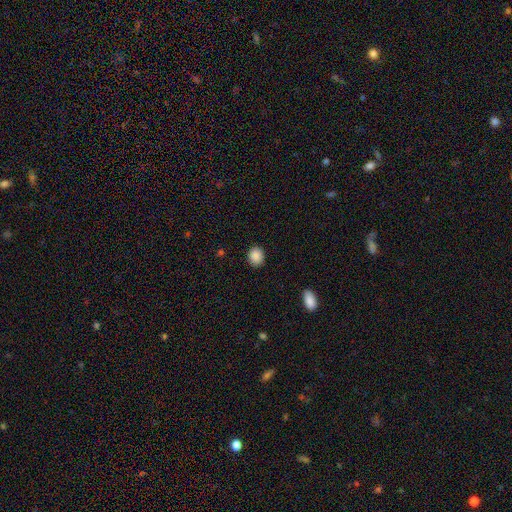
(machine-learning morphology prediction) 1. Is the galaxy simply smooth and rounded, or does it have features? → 88% smooth, 9% star or artifact, 3% featured or disk.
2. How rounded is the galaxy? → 69% round, 30% in between, 1% cigar-shaped.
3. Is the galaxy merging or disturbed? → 89% none, 7% minor disturbance, 2% major disturbance, 1% merger.